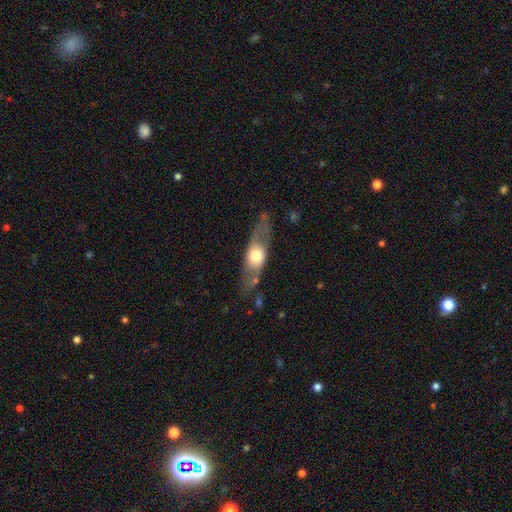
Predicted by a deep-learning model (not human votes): Smooth or featured? featured or disk (54%)
Edge-on disk? no (51%)
Merging? none (71%)